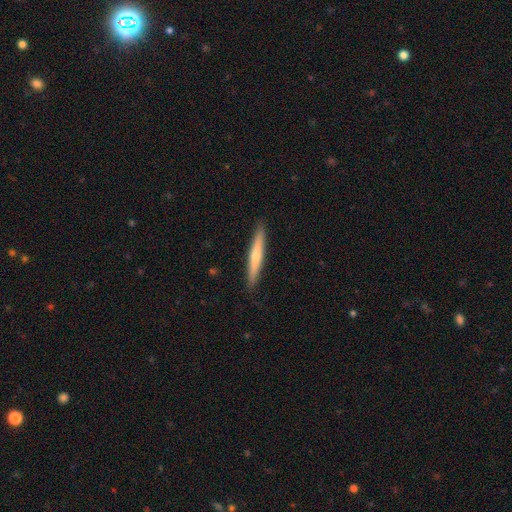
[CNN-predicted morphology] The model was most divided on "smooth or featured": featured or disk: 48%, smooth: 45%, star or artifact: 7%. More confident: merging — none (91%).